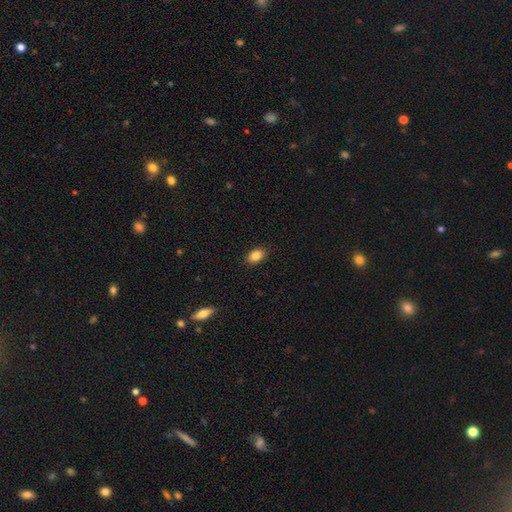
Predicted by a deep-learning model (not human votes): Overall: smooth (86%). How rounded: in between (84%). Merging: none (89%).